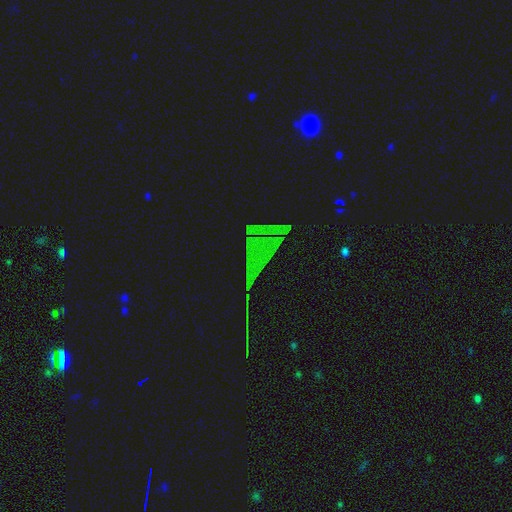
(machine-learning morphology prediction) Overall: star or artifact (69%).